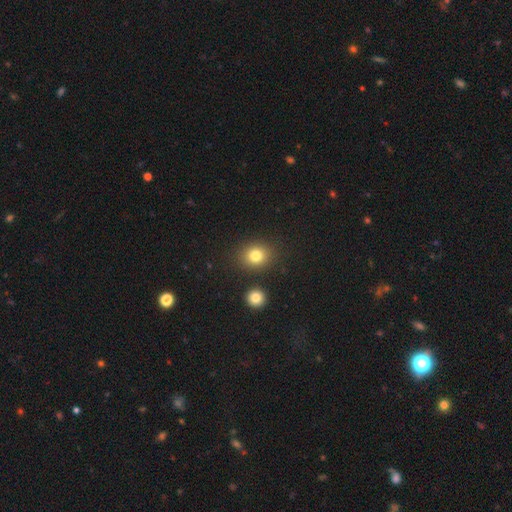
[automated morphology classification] smooth-or-featured: smooth: 80% | star or artifact: 13% | featured or disk: 7%
  how-rounded: round: 71% | in between: 28% | cigar-shaped: 1%
  merging: none: 85% | minor disturbance: 7% | merger: 5% | major disturbance: 3%